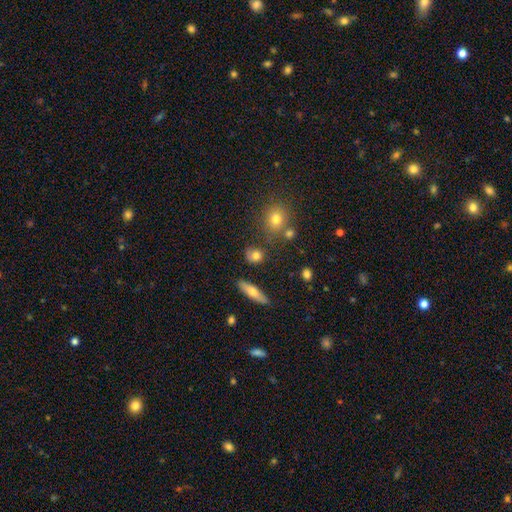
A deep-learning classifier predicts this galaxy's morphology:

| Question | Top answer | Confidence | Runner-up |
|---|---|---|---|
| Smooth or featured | smooth | 76% | featured or disk (12%) |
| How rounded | round | 73% | in between (22%) |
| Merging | none | 71% | minor disturbance (15%) |